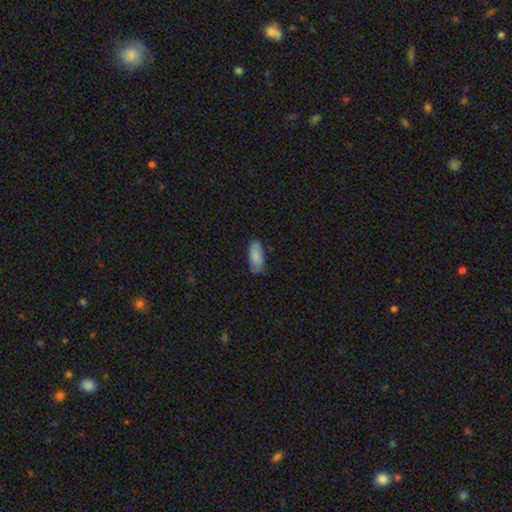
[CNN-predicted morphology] smooth_or_featured: smooth (p=0.82) [alt: featured or disk p=0.11]
how_rounded: in between (p=0.87) [alt: cigar-shaped p=0.11]
merging: none (p=0.71) [alt: minor disturbance p=0.24]